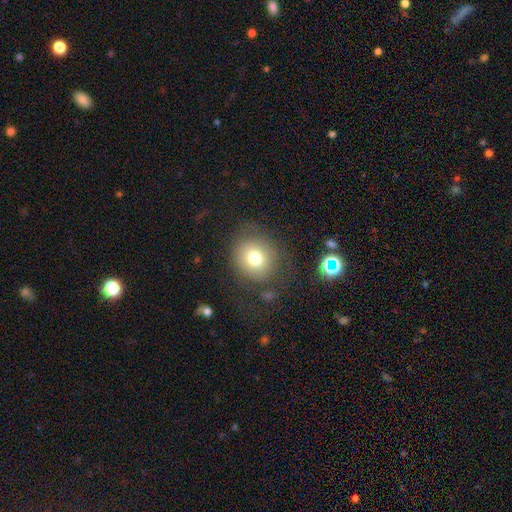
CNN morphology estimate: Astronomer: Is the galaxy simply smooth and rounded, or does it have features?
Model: smooth — 62%.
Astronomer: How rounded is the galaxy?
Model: round — 85%.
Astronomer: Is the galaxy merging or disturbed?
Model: none — 78%.